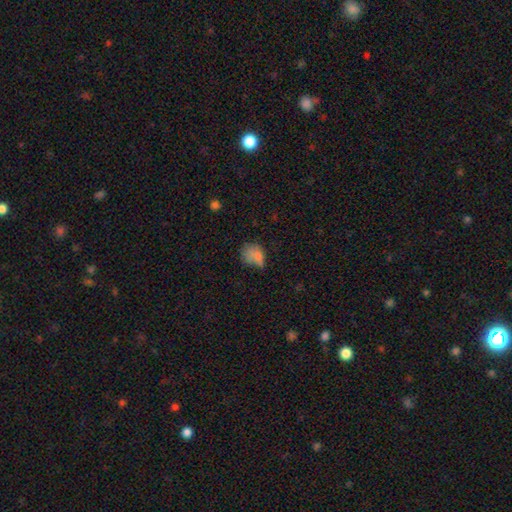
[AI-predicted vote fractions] This is likely a smooth galaxy (70%). How rounded: possibly in between (57%). Merging: marginally none (34%).